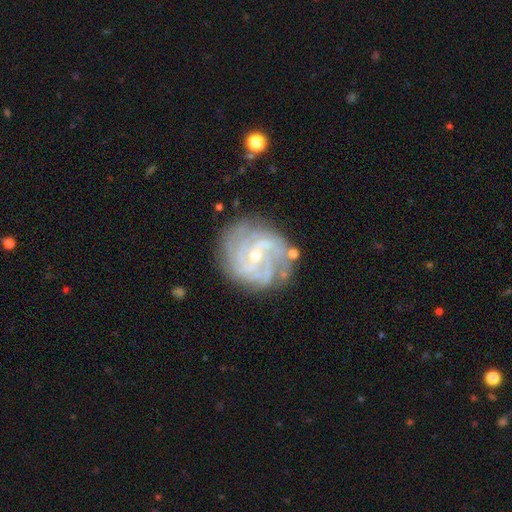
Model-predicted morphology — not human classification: A featured or disk galaxy (88%) with no bar (50%), 4 (31%) tight (63%) spiral arms (98%) and a small central bulge (74%).

Vote fractions:
- Smooth or featured? featured or disk: 88% / star or artifact: 6% / smooth: 5%
- Edge-on disk? no: 98% / yes: 2%
- Bar? no: 50% / weak: 39% / strong: 11%
- Spiral arms? yes: 98% / no: 2%
- Spiral winding? tight: 63% / medium: 32% / loose: 6%
- Spiral arm count? 4: 31% / 3: 22% / can't tell: 18% / 2: 12% / more than 4: 10% / 1: 6%
- Bulge size? small: 74% / moderate: 23% / none: 1% / large: 1% / dominant: 1%
- Merging? none: 78% / minor disturbance: 15% / major disturbance: 6% / merger: 2%